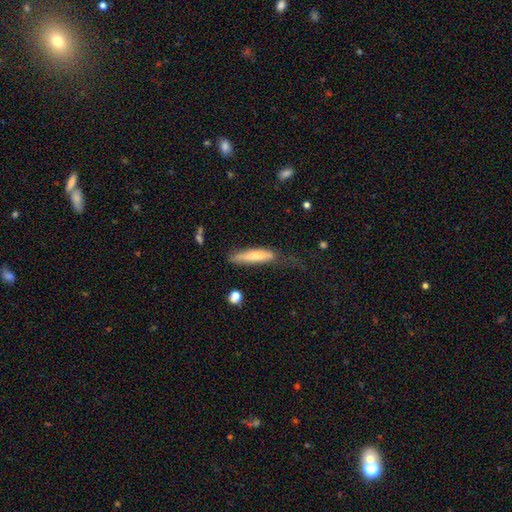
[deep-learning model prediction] The model was most divided on "merging": none: 49%, minor disturbance: 30%, major disturbance: 17%, merger: 4%. More confident: how rounded — cigar-shaped (78%); smooth or featured — smooth (66%).